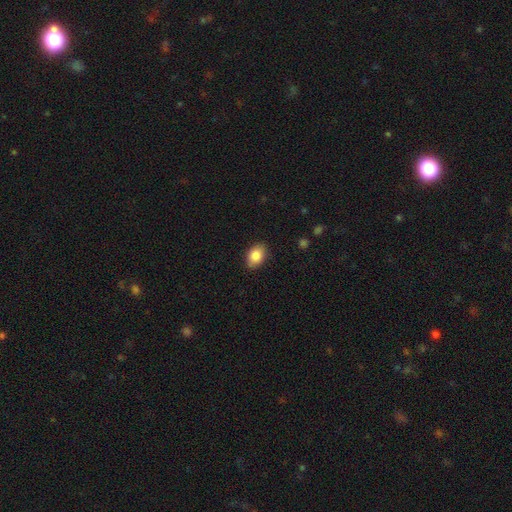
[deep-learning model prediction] Smooth or featured: smooth — 87% (star or artifact — 7%)
How rounded: in between — 82% (round — 17%)
Merging: none — 86% (minor disturbance — 11%)